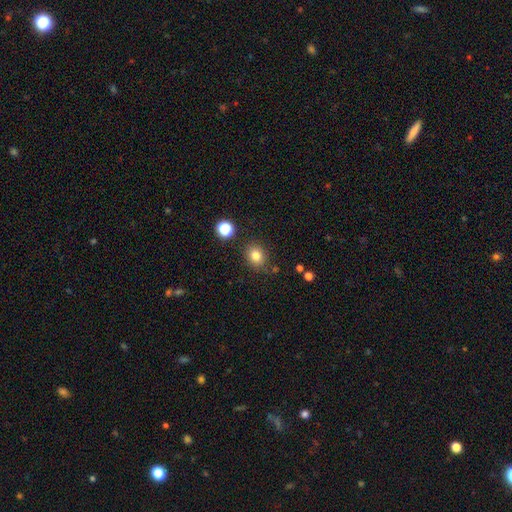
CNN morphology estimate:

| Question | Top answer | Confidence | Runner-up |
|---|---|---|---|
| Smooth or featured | smooth | 81% | star or artifact (12%) |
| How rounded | round | 65% | in between (35%) |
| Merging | none | 82% | minor disturbance (11%) |